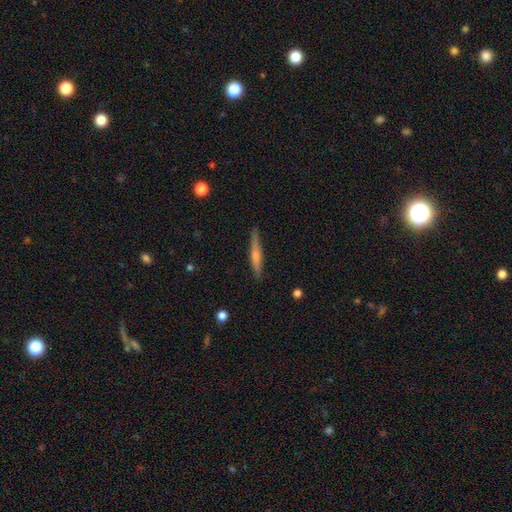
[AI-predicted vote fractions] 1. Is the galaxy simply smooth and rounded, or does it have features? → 53% featured or disk, 41% smooth, 6% star or artifact.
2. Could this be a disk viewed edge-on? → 97% yes, 3% no.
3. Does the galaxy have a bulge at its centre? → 67% rounded, 24% none, 9% boxy.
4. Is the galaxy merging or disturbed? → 88% none, 9% minor disturbance, 2% major disturbance, 1% merger.